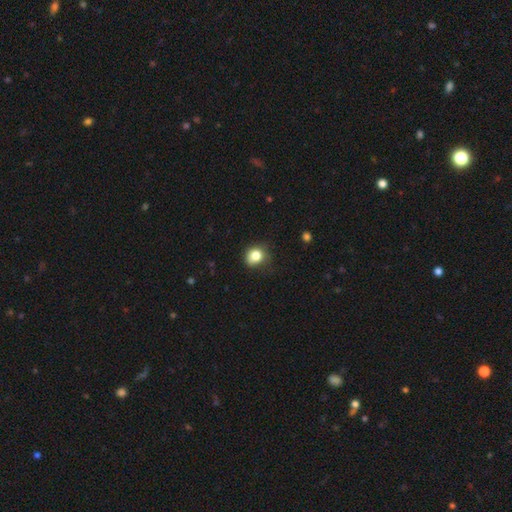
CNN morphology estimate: smooth_or_featured: smooth (p=0.81) [alt: star or artifact p=0.11]
how_rounded: round (p=0.73) [alt: in between p=0.26]
merging: none (p=0.65) [alt: minor disturbance p=0.26]